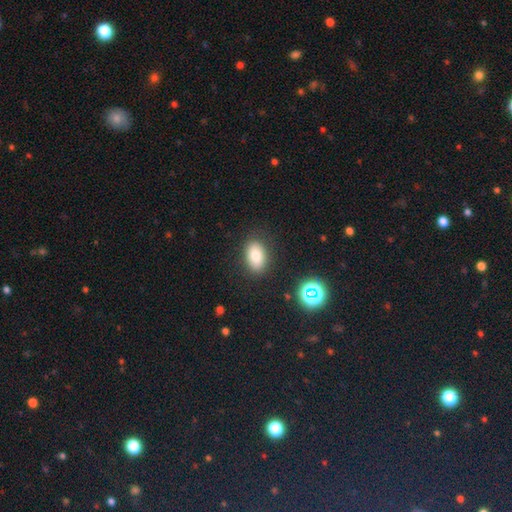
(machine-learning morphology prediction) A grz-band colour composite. It shows a smooth galaxy with no disk features (79%) that is in between round and cigar-shaped (87%). Merging: none (84%).